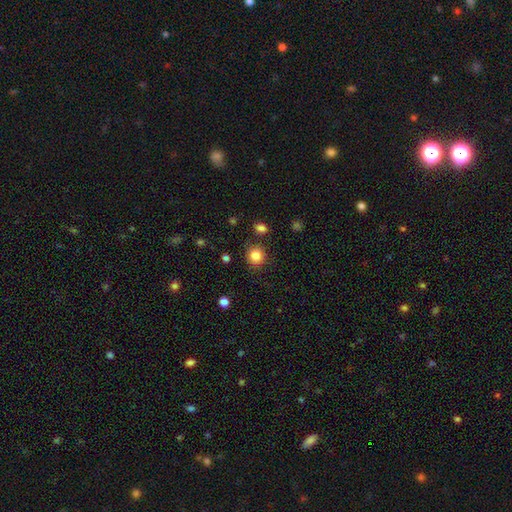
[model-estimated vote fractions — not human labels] This is clearly a smooth galaxy (84%). How rounded: clearly round (89%). Merging: clearly none (84%).